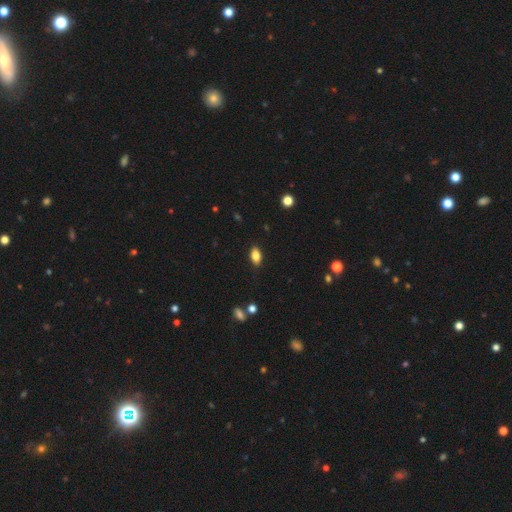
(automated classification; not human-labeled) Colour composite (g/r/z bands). It shows a smooth galaxy with no disk features (81%) that is in between round and cigar-shaped (88%). Merging: none (86%).